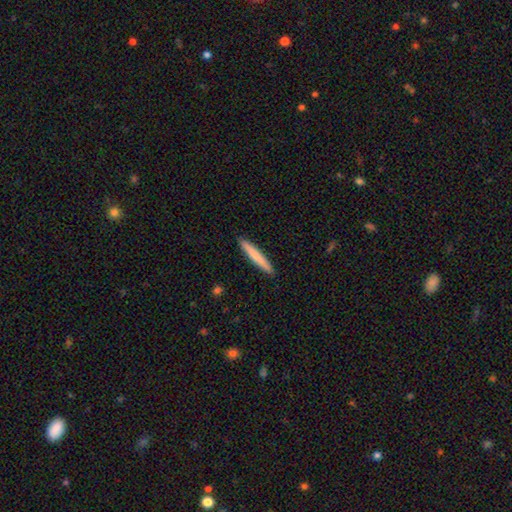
This is likely a smooth galaxy (62%). How rounded: clearly cigar-shaped (100%). Merging: clearly none (86%).